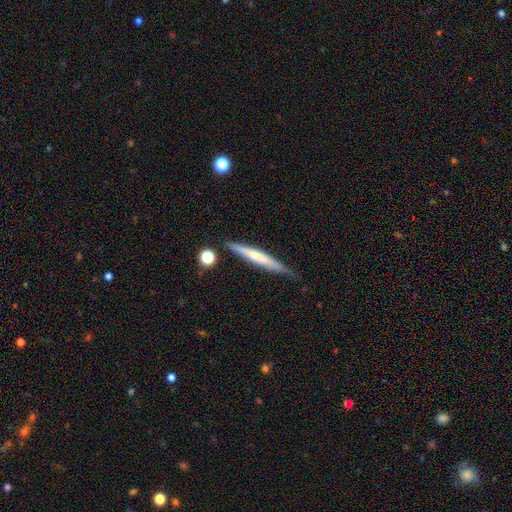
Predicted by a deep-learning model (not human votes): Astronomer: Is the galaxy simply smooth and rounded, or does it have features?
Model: featured or disk — 58% (runner-up: smooth, 35%).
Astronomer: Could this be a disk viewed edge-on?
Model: yes — 96%.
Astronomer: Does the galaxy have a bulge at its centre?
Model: rounded — 51% (runner-up: none, 40%).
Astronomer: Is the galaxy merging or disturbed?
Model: none — 83%.